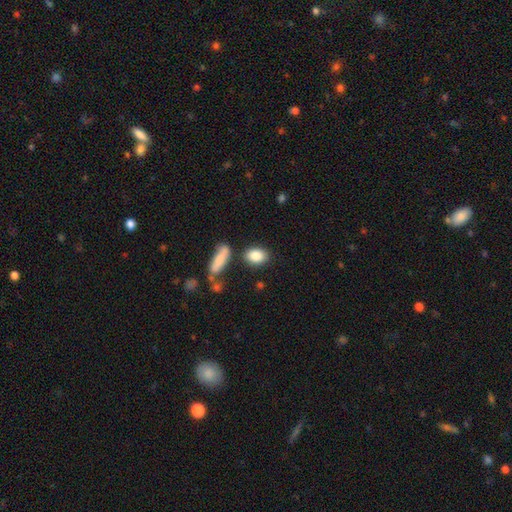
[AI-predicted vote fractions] Q: Smooth or featured?
A: smooth (86%); runner-up: star or artifact (7%)
Q: How rounded?
A: in between (77%); runner-up: round (19%)
Q: Merging?
A: none (76%); runner-up: minor disturbance (11%)